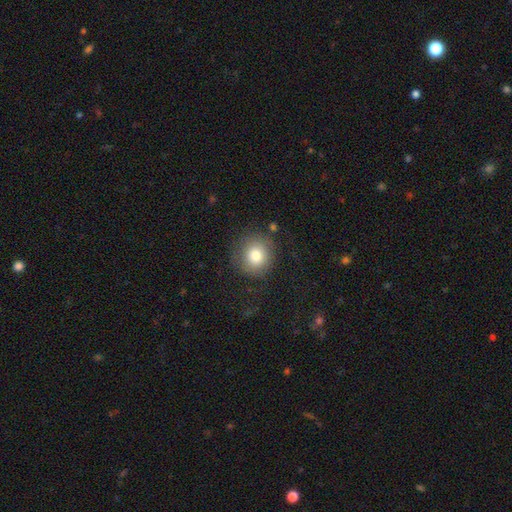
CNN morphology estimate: This is likely a smooth galaxy (80%). How rounded: clearly round (88%). Merging: likely none (79%).